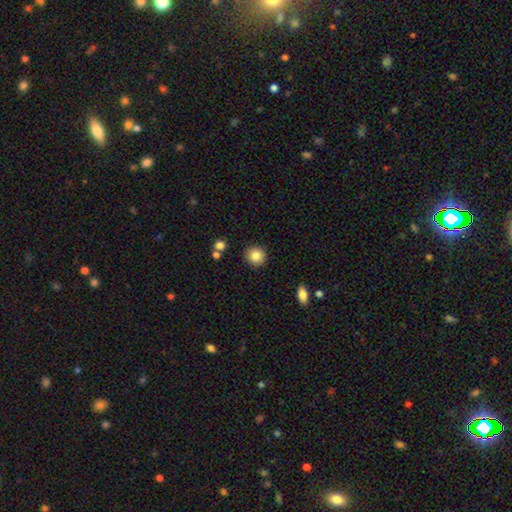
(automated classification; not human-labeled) Morphology: type=smooth (86%); roundness=round (92%); merging=none (89%).